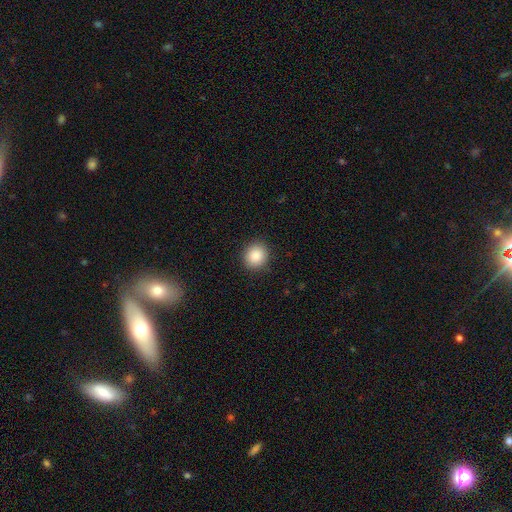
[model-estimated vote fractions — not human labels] This is clearly a smooth galaxy (88%). How rounded: clearly round (84%). Merging: clearly none (90%).